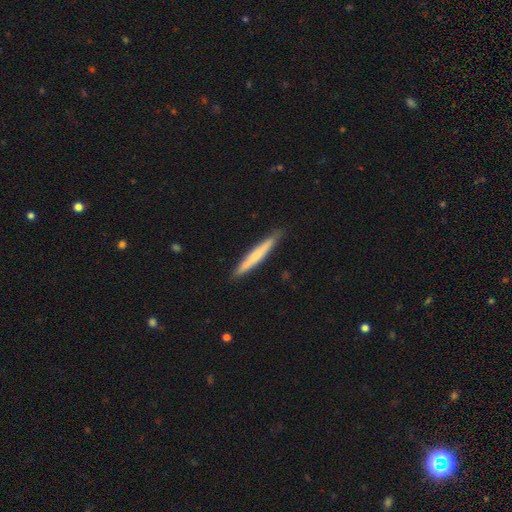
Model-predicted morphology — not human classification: Smooth or featured? smooth (58%)
How rounded? cigar-shaped (96%)
Merging? none (86%)